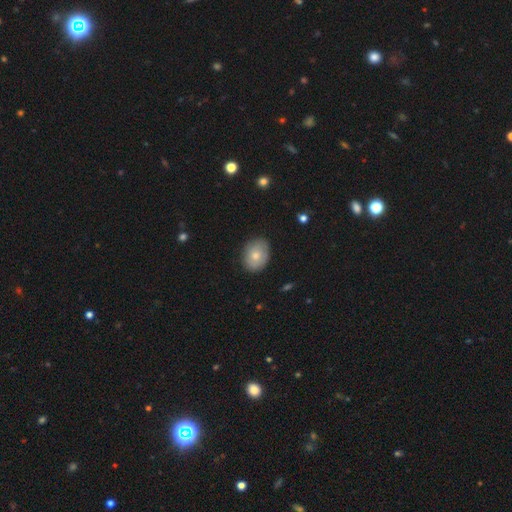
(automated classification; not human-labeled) Smooth or featured? smooth (72%)
How rounded? in between (61%)
Merging? none (83%)